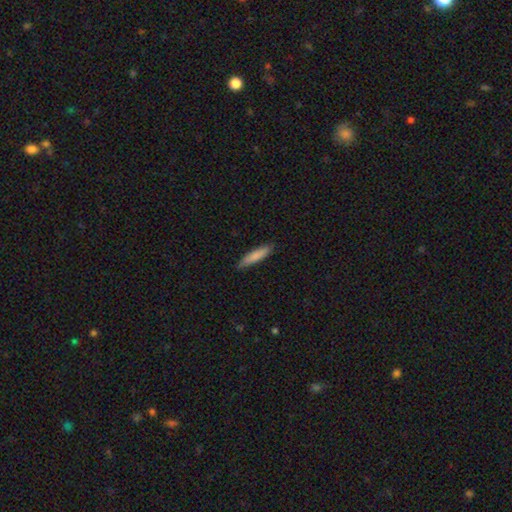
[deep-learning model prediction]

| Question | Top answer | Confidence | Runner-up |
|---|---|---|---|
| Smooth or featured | smooth | 82% | featured or disk (12%) |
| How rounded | cigar-shaped | 83% | in between (16%) |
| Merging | none | 84% | minor disturbance (13%) |